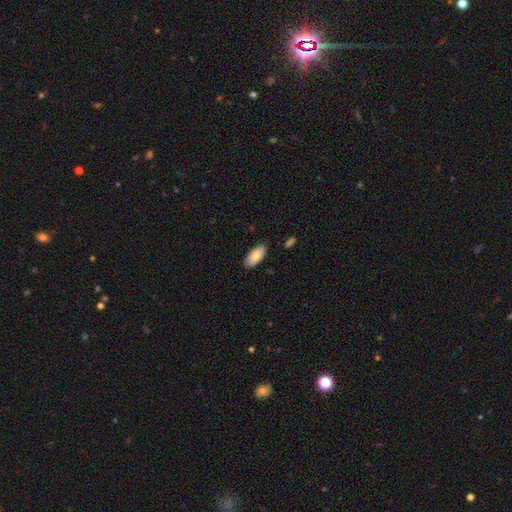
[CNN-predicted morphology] smooth_or_featured: smooth (p=0.82) [alt: featured or disk p=0.12]
how_rounded: in between (p=0.91) [alt: cigar-shaped p=0.07]
merging: none (p=0.87) [alt: minor disturbance p=0.10]